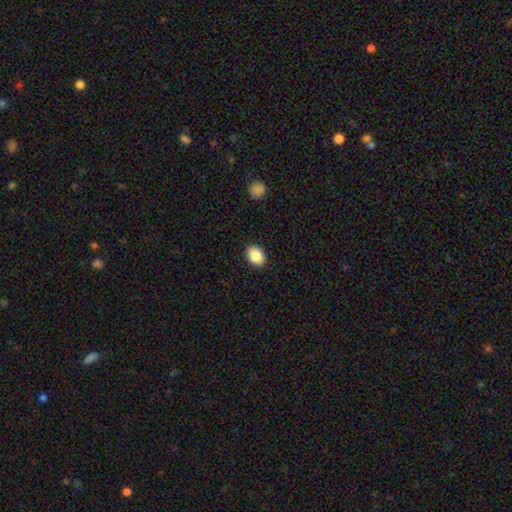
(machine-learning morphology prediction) A smooth galaxy with no disk features (87%) that is in between round and cigar-shaped (69%). Merging: none (90%).